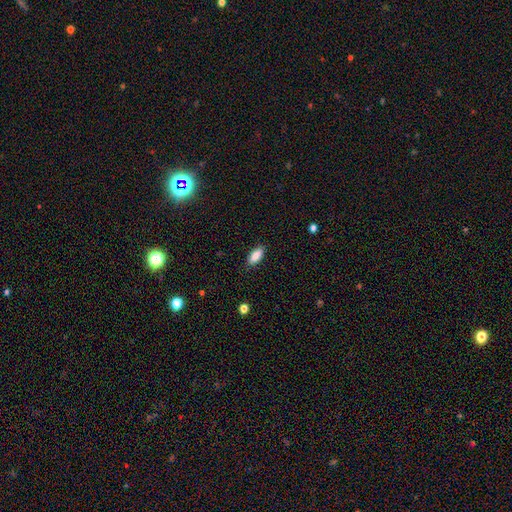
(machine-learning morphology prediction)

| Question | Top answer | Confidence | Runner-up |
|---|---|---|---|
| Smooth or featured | smooth | 86% | featured or disk (7%) |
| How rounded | in between | 82% | cigar-shaped (16%) |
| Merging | none | 87% | minor disturbance (10%) |